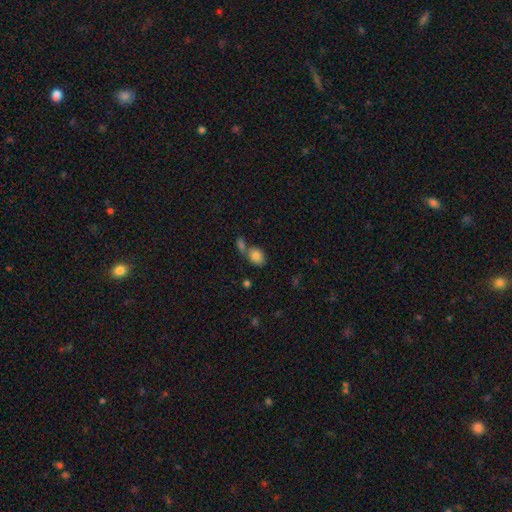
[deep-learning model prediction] Smooth or featured? smooth (81%)
How rounded? in between (64%)
Merging? none (49%)